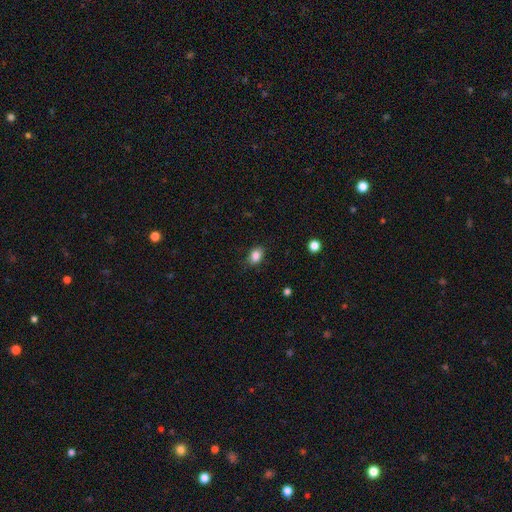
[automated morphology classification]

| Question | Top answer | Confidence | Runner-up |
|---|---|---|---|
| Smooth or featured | smooth | 85% | star or artifact (10%) |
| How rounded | in between | 75% | round (24%) |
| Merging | none | 83% | minor disturbance (13%) |